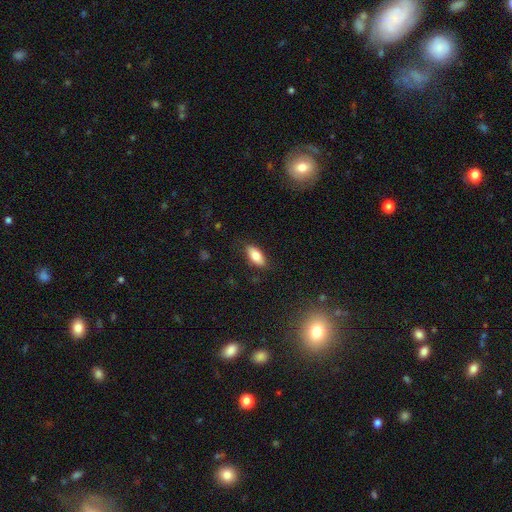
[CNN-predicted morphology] This is likely a smooth galaxy (80%). How rounded: clearly in between (85%). Merging: clearly none (83%).